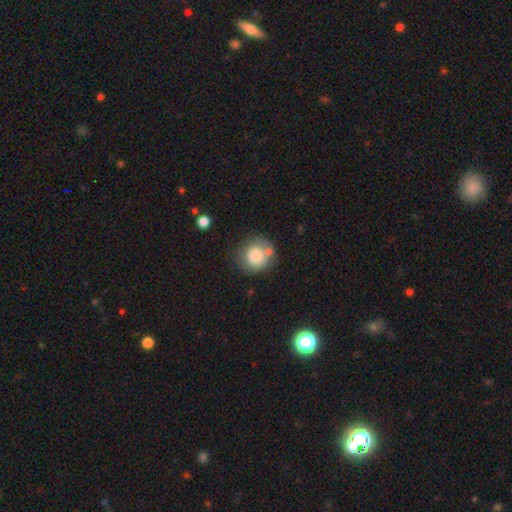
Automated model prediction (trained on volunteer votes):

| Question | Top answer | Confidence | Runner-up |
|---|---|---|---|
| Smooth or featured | smooth | 78% | featured or disk (14%) |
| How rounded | round | 87% | in between (12%) |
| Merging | none | 60% | minor disturbance (18%) |